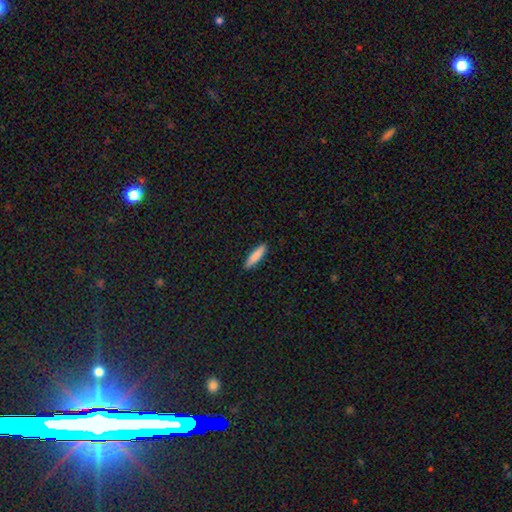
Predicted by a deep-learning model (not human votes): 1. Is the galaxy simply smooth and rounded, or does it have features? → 83% smooth, 11% featured or disk, 6% star or artifact.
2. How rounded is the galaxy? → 81% cigar-shaped, 18% in between, 1% round.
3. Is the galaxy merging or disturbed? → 91% none, 6% minor disturbance, 1% major disturbance, 1% merger.